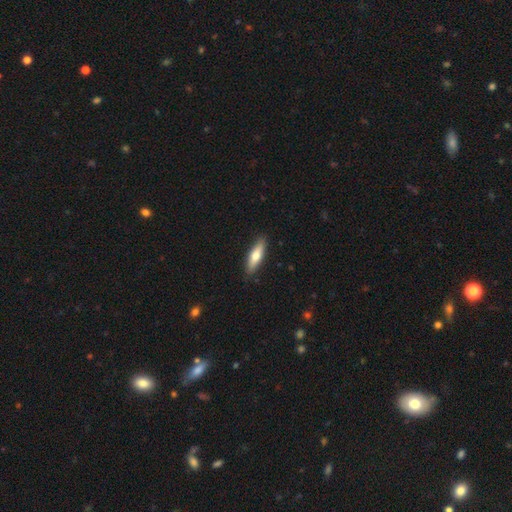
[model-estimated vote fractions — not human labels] This is likely a smooth galaxy (62%). How rounded: likely cigar-shaped (60%). Merging: clearly none (88%).